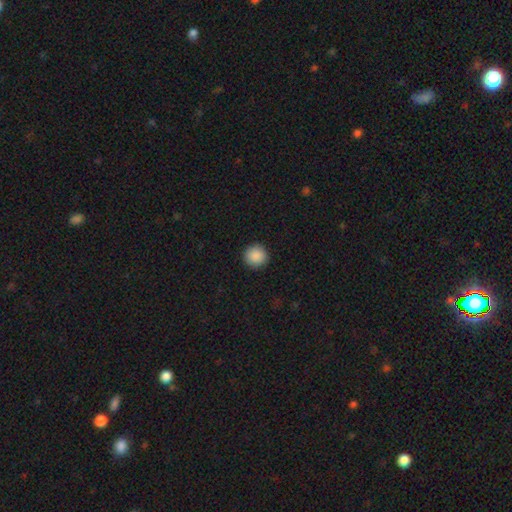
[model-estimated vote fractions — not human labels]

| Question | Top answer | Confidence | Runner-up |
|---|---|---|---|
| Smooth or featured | smooth | 89% | star or artifact (8%) |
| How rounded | round | 95% | in between (4%) |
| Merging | none | 93% | minor disturbance (5%) |